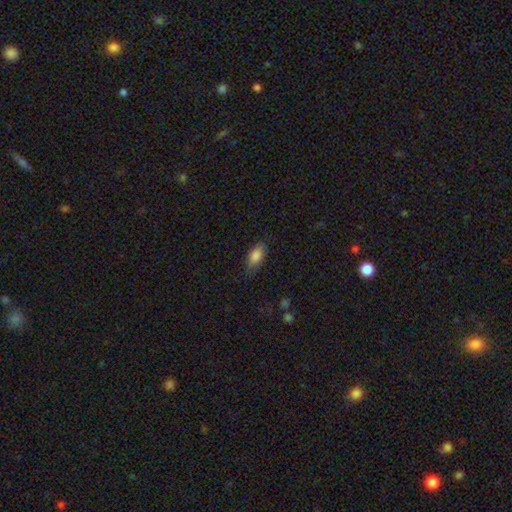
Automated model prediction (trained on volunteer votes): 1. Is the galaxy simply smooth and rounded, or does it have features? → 85% smooth, 8% featured or disk, 8% star or artifact.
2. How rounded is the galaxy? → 88% in between, 9% cigar-shaped, 3% round.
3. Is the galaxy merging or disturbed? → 79% none, 16% minor disturbance, 4% major disturbance, 1% merger.